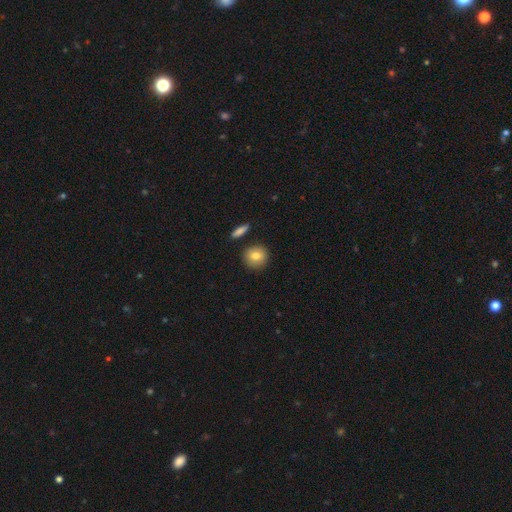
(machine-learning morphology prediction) Smooth or featured? Predicted: smooth (p=0.81). How rounded? Predicted: round (p=0.87). Merging? Predicted: none (p=0.84).